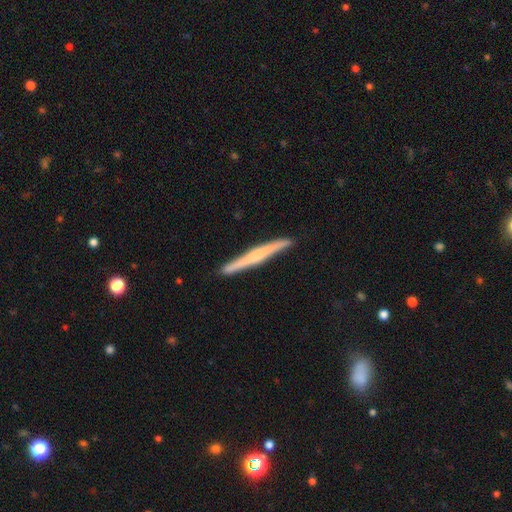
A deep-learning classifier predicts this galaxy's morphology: Smooth or featured? Predicted: featured or disk (p=0.62). Edge-on disk? Predicted: yes (p=0.97). Edge-on bulge? Predicted: rounded (p=0.51). Merging? Predicted: none (p=0.90).